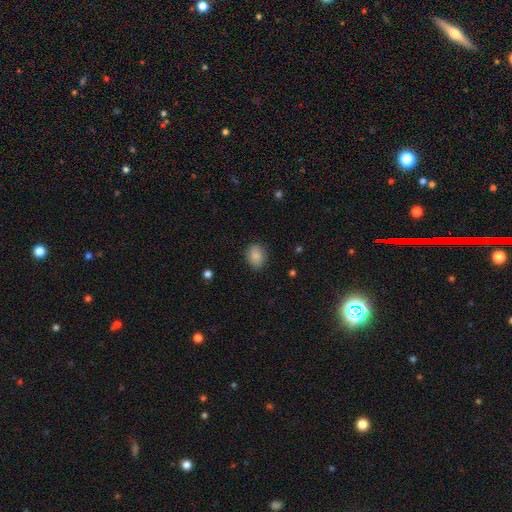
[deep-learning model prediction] Smooth or featured?
  - smooth: 86% *
  - star or artifact: 8%
  - featured or disk: 6%
How rounded?
  - in between: 55% *
  - round: 44%
  - cigar-shaped: 1%
Merging?
  - none: 85% *
  - minor disturbance: 12%
  - major disturbance: 3%
  - merger: 1%